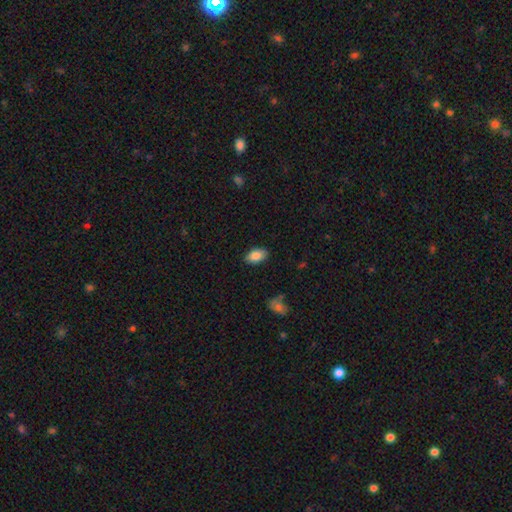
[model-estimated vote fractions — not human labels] Smooth or featured? Predicted: smooth (p=0.86). How rounded? Predicted: in between (p=0.93). Merging? Predicted: none (p=0.86).